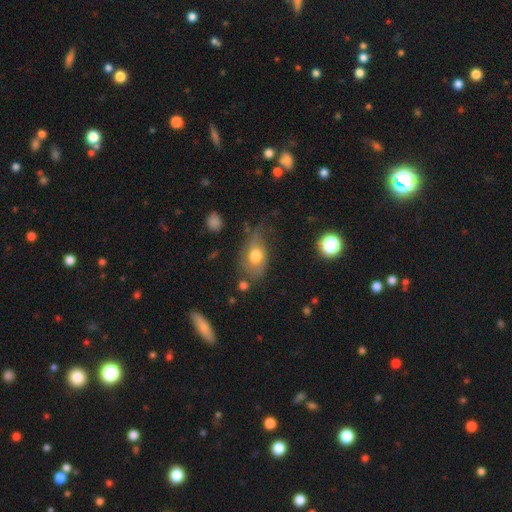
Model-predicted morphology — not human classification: Q: Smooth or featured?
A: smooth (58%); runner-up: featured or disk (33%)
Q: How rounded?
A: in between (84%); runner-up: round (13%)
Q: Merging?
A: none (45%); runner-up: minor disturbance (32%)